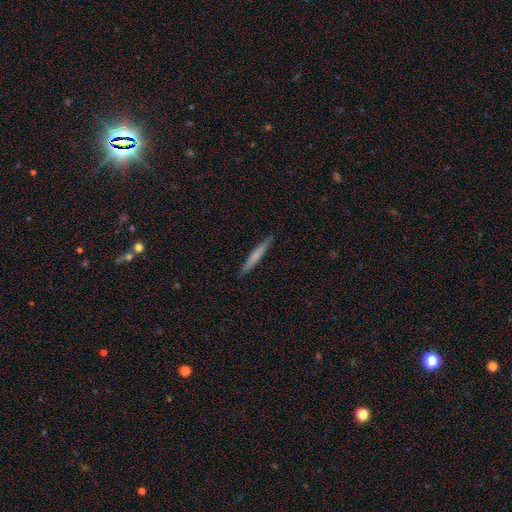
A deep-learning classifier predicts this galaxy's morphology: Smooth or featured: smooth — 65% (featured or disk — 29%)
How rounded: cigar-shaped — 96% (in between — 2%)
Merging: none — 92% (minor disturbance — 6%)